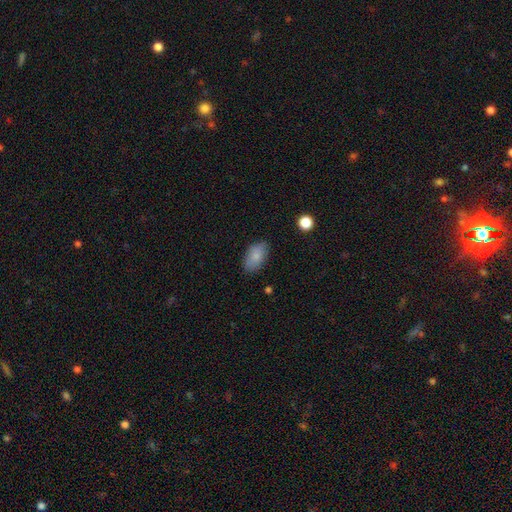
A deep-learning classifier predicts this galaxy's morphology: This appears to be a smooth galaxy with no disk features (85%) that is in between round and cigar-shaped (93%). Merging: none (82%).